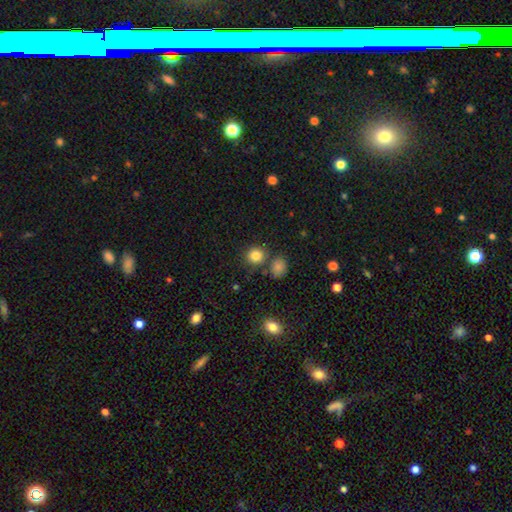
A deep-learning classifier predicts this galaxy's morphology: Overall: smooth (83%). How rounded: round (87%). Merging: none (78%).